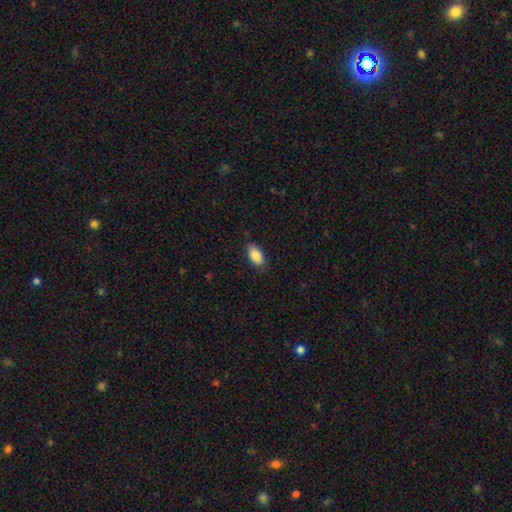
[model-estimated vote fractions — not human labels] This is clearly a smooth galaxy (89%). How rounded: clearly in between (93%). Merging: clearly none (83%).